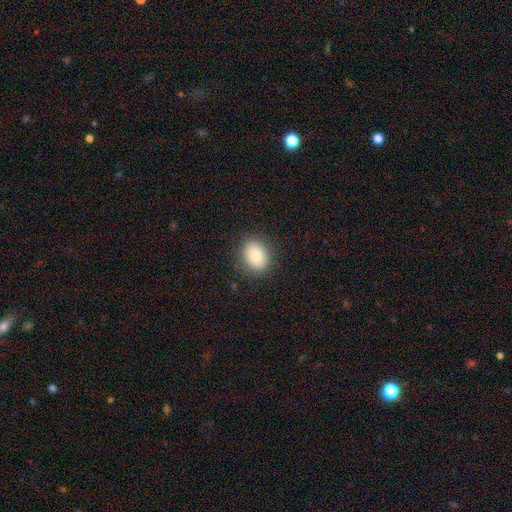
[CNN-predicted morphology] Smooth or featured? Predicted: smooth (p=0.85). How rounded? Predicted: in between (p=0.58). Merging? Predicted: none (p=0.86).